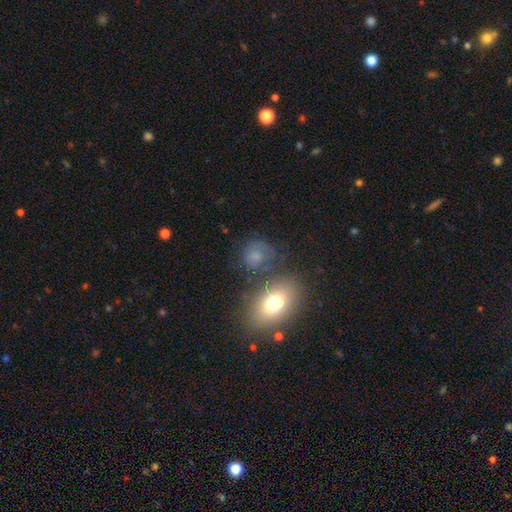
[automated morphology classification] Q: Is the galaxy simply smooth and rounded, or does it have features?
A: smooth — 66%.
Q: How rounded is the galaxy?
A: round — 61%.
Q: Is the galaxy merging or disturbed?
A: none — 60%.